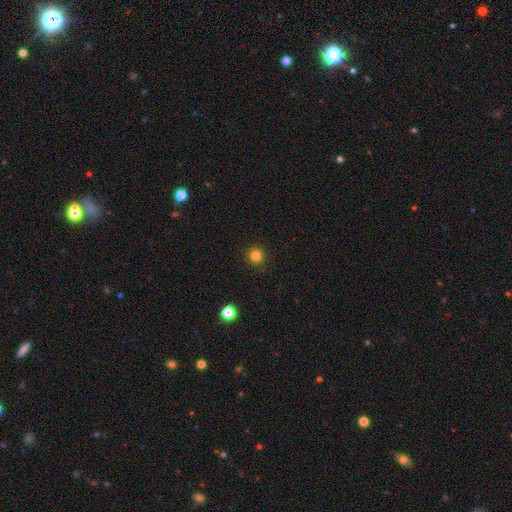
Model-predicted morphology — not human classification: Q: Smooth or featured?
A: smooth (82%); runner-up: star or artifact (13%)
Q: How rounded?
A: round (95%); runner-up: in between (4%)
Q: Merging?
A: none (90%); runner-up: minor disturbance (7%)